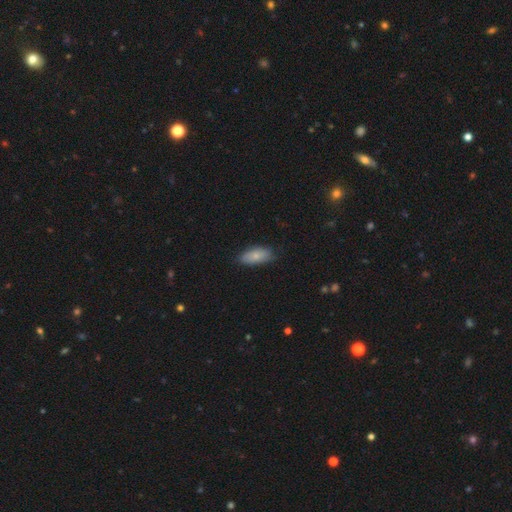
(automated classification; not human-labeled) smooth 80%, featured or disk 13%, star or artifact 6%. Down the decision tree: how rounded — in between (87%); merging — none (76%).